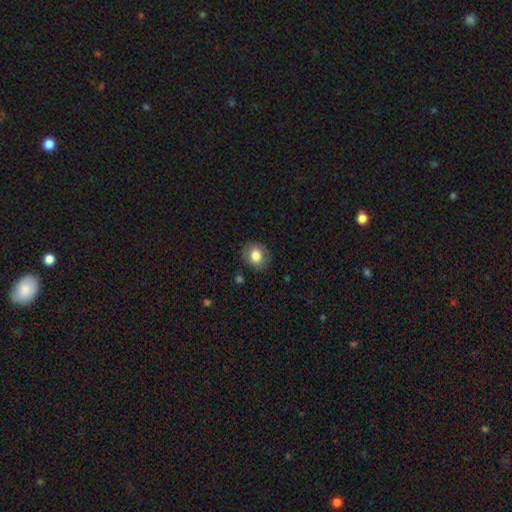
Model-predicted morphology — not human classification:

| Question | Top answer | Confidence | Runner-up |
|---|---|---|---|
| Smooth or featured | smooth | 79% | featured or disk (13%) |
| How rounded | round | 56% | in between (43%) |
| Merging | none | 84% | minor disturbance (12%) |